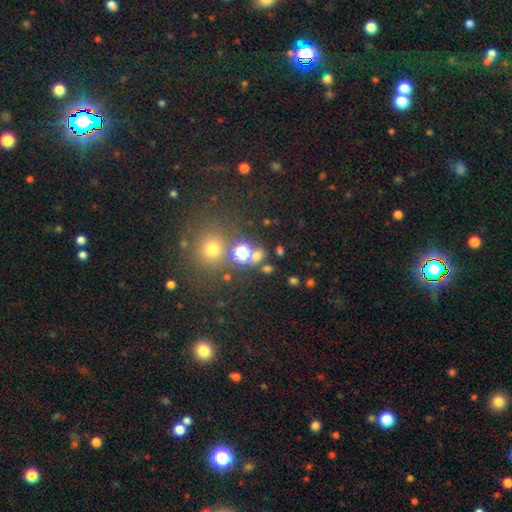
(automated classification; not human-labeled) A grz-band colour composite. It shows a smooth galaxy with no disk features (56%) that is round (68%). Merging: none (72%).